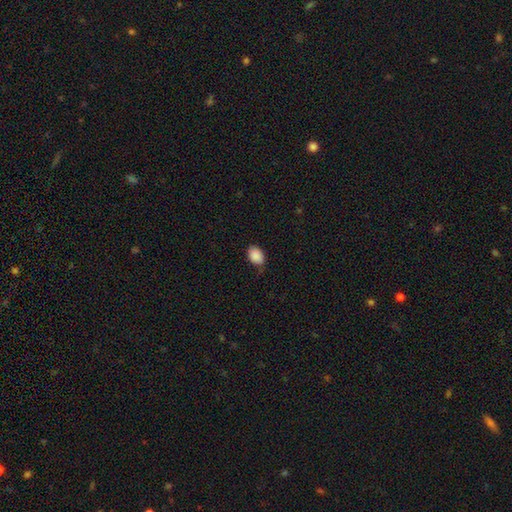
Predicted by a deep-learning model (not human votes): Smooth or featured: smooth — 89% (star or artifact — 7%)
How rounded: in between — 82% (round — 17%)
Merging: none — 72% (minor disturbance — 22%)